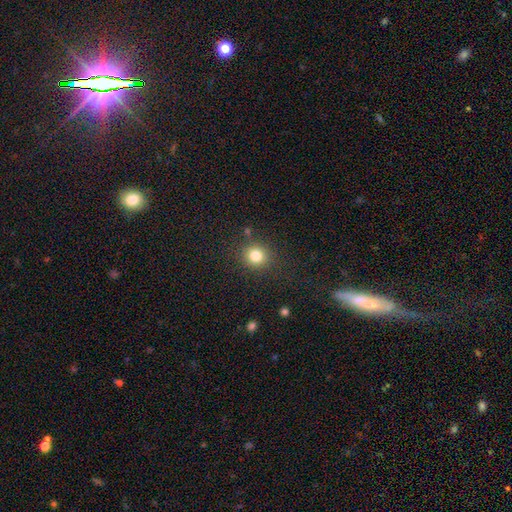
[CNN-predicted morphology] Smooth or featured?
  - smooth: 82% *
  - star or artifact: 12%
  - featured or disk: 6%
How rounded?
  - round: 85% *
  - in between: 14%
  - cigar-shaped: 1%
Merging?
  - none: 84% *
  - minor disturbance: 9%
  - major disturbance: 4%
  - merger: 3%